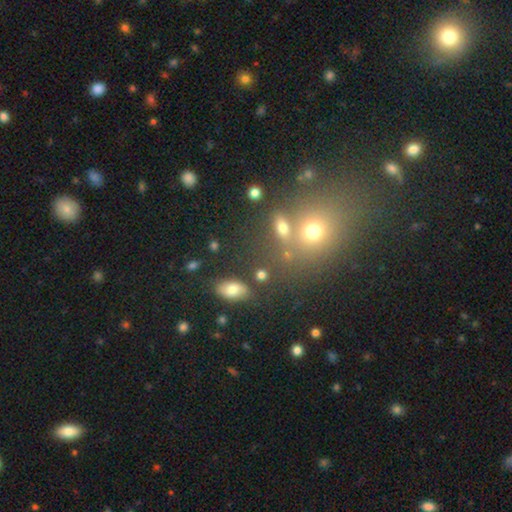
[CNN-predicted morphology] Q: Smooth or featured?
A: smooth (52%); runner-up: star or artifact (33%)
Q: How rounded?
A: in between (57%); runner-up: round (39%)
Q: Merging?
A: none (65%); runner-up: merger (20%)